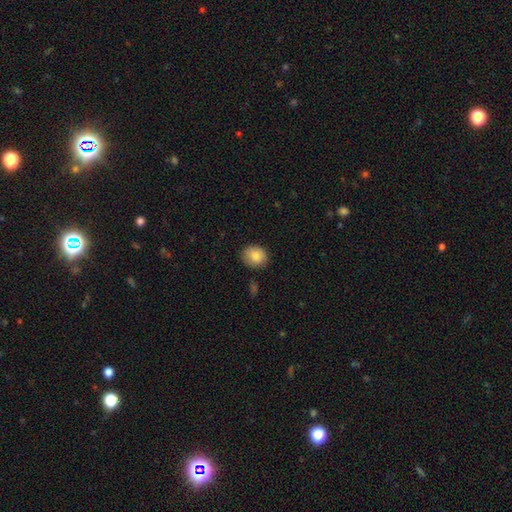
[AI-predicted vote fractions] A smooth galaxy with no disk features (85%) that is round (70%). Merging: none (83%).